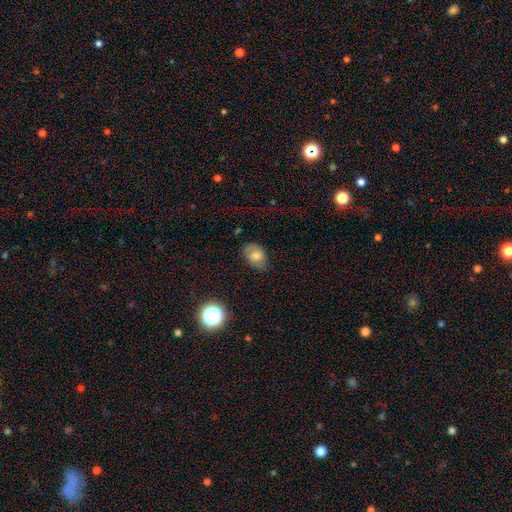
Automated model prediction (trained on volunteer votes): The model was most divided on "merging": none: 69%, minor disturbance: 23%, major disturbance: 6%, merger: 1%. More confident: how rounded — in between (80%); smooth or featured — smooth (68%).